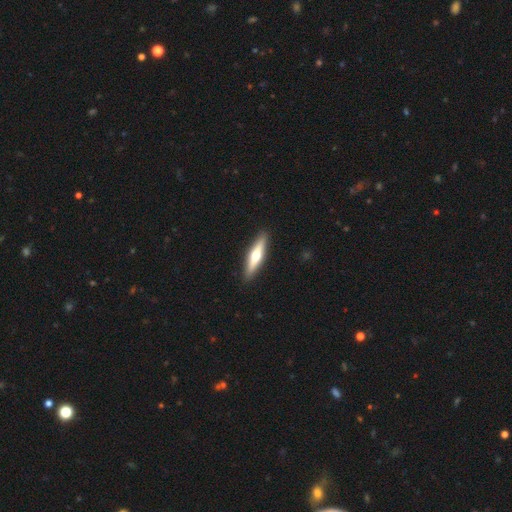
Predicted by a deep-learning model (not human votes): Morphology: type=featured or disk (53%); edge-on=yes (93%); merging=none (91%).